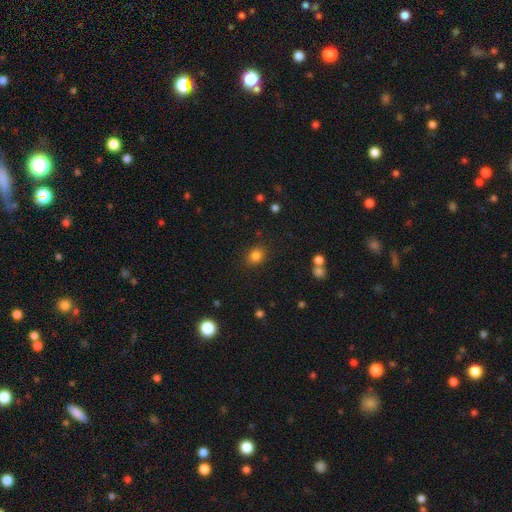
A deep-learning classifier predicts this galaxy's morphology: This is clearly a smooth galaxy (82%). How rounded: likely round (66%). Merging: clearly none (87%).